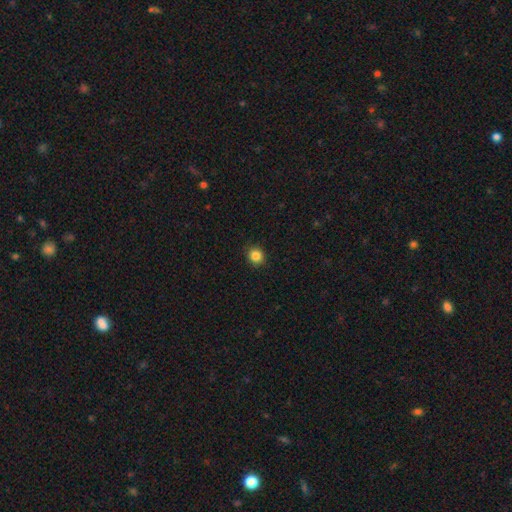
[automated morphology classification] type=smooth (85%); roundness=round (83%); merging=none (91%).